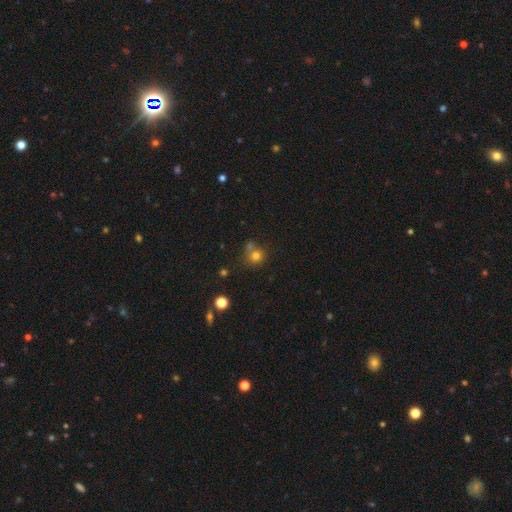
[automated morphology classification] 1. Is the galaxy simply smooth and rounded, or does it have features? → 76% smooth, 15% star or artifact, 9% featured or disk.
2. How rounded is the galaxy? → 88% round, 12% in between, 1% cigar-shaped.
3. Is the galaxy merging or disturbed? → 56% none, 27% merger, 12% minor disturbance, 5% major disturbance.